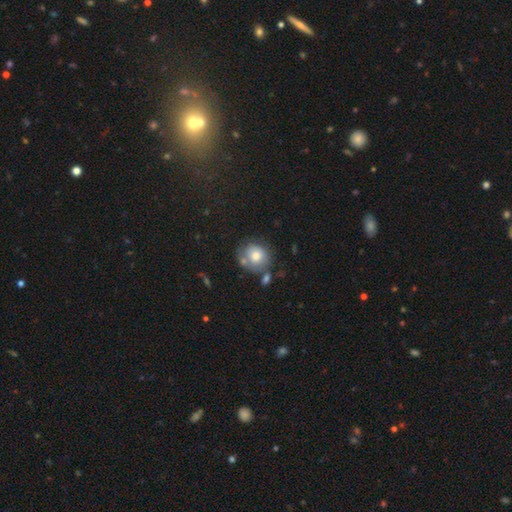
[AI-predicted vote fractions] Smooth or featured? Predicted: smooth (p=0.74). How rounded? Predicted: round (p=0.83). Merging? Predicted: none (p=0.58).